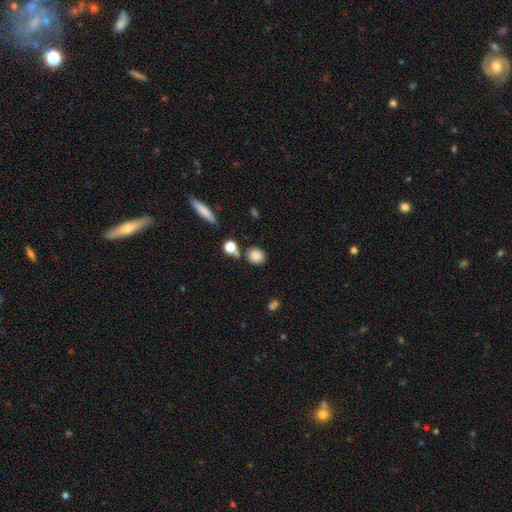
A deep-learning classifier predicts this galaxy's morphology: A smooth galaxy with no disk features (85%) that is round (79%). Merging: none (75%).